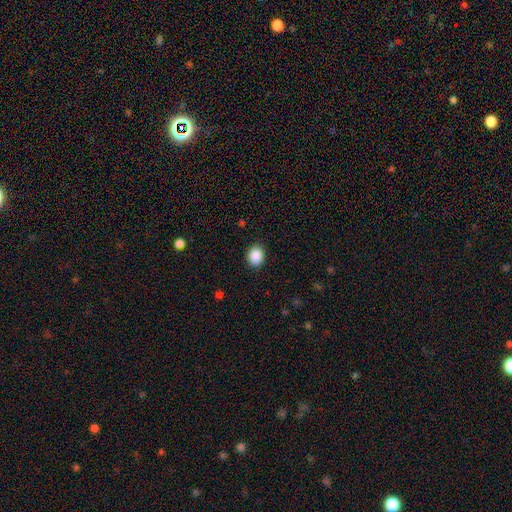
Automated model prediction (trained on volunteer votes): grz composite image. It shows a smooth galaxy with no disk features (89%) that is round (62%). Merging: none (90%).